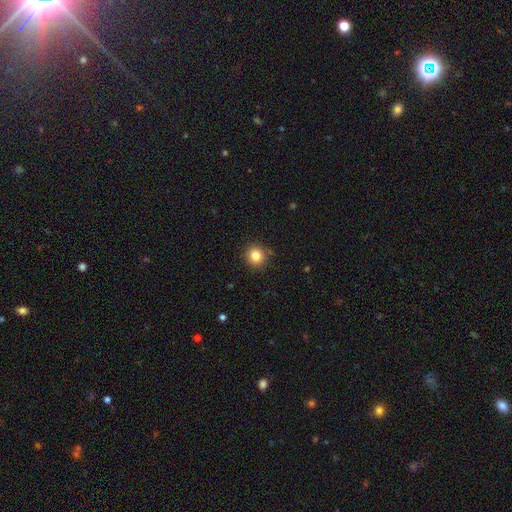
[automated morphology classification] This appears to be a smooth galaxy with no disk features (83%) that is round (92%). Merging: none (88%).